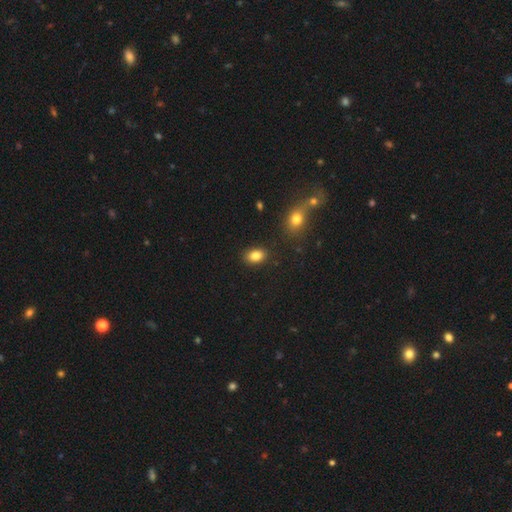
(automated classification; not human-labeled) Q: Smooth or featured?
A: smooth (85%); runner-up: star or artifact (9%)
Q: How rounded?
A: in between (84%); runner-up: round (15%)
Q: Merging?
A: none (87%); runner-up: minor disturbance (9%)